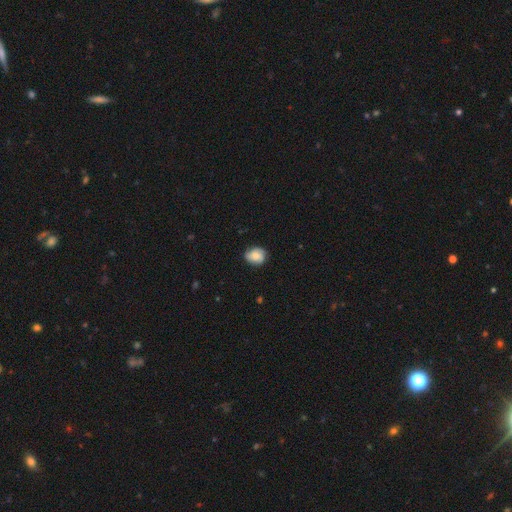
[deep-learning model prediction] smooth 65%, featured or disk 27%, star or artifact 8%. Down the decision tree: how rounded — round (62%); merging — none (76%).